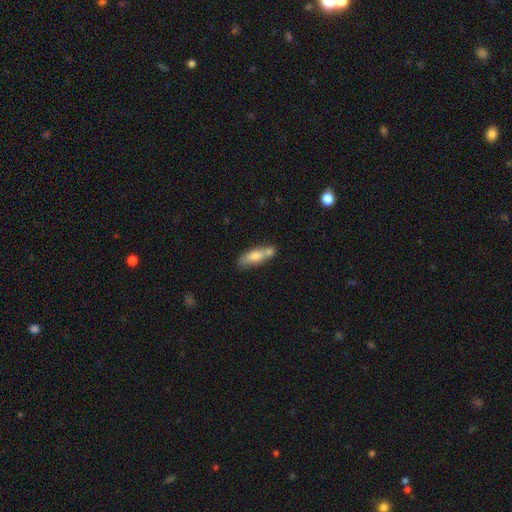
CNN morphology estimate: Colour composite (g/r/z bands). It shows a smooth galaxy with no disk features (68%) that is in between round and cigar-shaped (55%). Merging: none (49%).